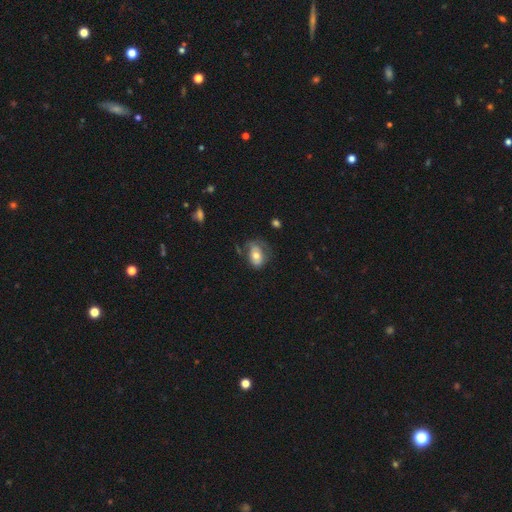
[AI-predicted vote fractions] Overall: smooth (59%; featured or disk 33%). How rounded: in between (77%). Merging: none (44%; minor disturbance 30%).